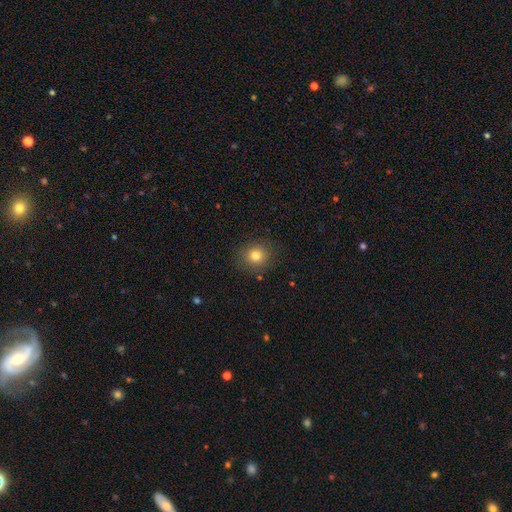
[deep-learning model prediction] A smooth galaxy with no disk features (80%) that is round (88%). Merging: none (88%).